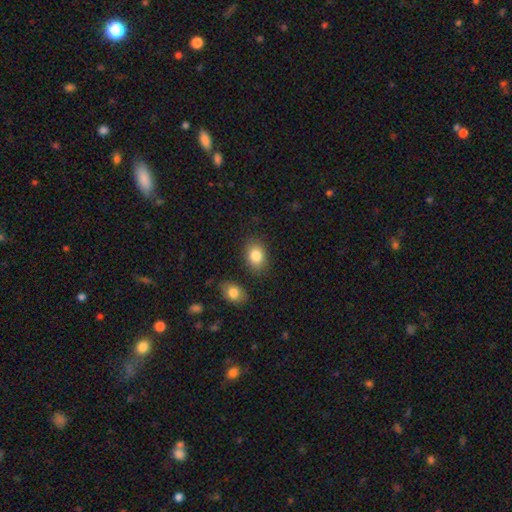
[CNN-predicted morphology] This appears to be a smooth galaxy with no disk features (84%) that is in between round and cigar-shaped (75%). Merging: none (82%).